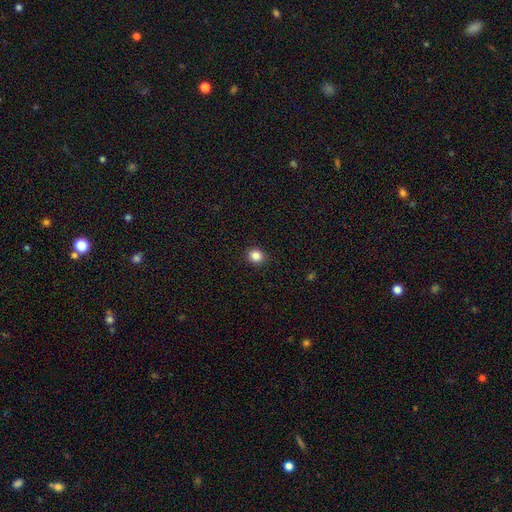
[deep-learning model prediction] Morphology: type=smooth (86%); roundness=round (85%); merging=none (92%).